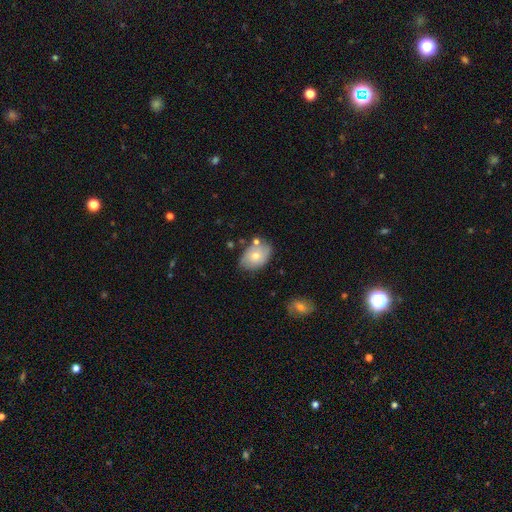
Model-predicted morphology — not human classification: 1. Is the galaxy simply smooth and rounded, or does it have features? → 66% smooth, 26% featured or disk, 7% star or artifact.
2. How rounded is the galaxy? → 81% in between, 18% round, 1% cigar-shaped.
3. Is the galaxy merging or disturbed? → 65% none, 21% minor disturbance, 9% merger, 5% major disturbance.